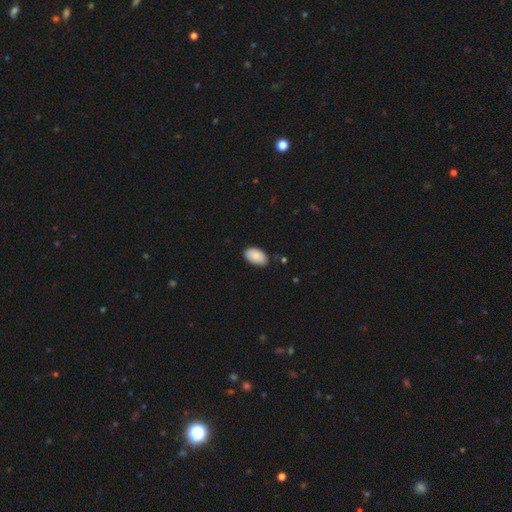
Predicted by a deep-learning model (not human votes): Overall: smooth (87%). How rounded: in between (94%). Merging: none (80%).